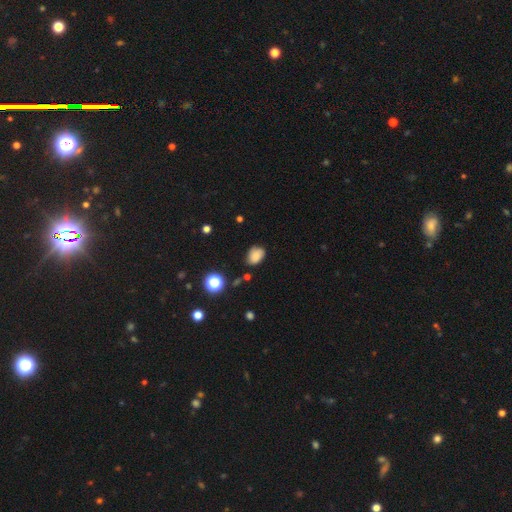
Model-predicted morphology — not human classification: A smooth galaxy with no disk features (81%) that is in between round and cigar-shaped (71%).

Vote fractions:
- Smooth or featured? smooth: 81% / star or artifact: 12% / featured or disk: 7%
- How rounded? in between: 71% / round: 28% / cigar-shaped: 1%
- Merging? none: 72% / minor disturbance: 21% / major disturbance: 4% / merger: 2%